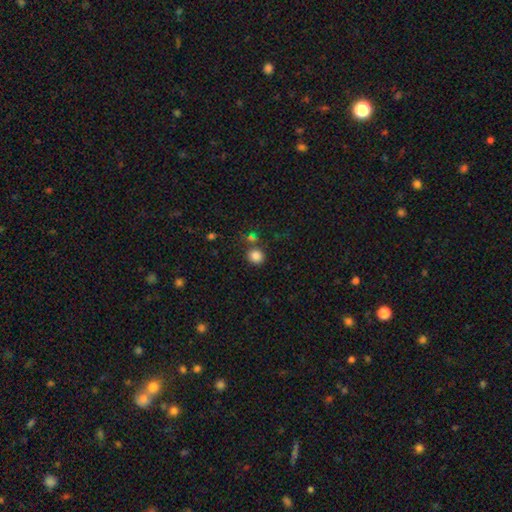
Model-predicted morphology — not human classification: smooth 84%, star or artifact 11%, featured or disk 4%. Down the decision tree: how rounded — round (85%); merging — none (77%).